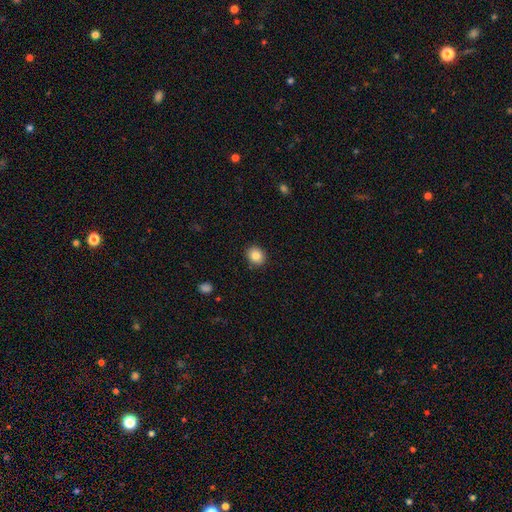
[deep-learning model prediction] Smooth or featured?
  - smooth: 85% *
  - star or artifact: 9%
  - featured or disk: 6%
How rounded?
  - round: 70% *
  - in between: 29%
  - cigar-shaped: 1%
Merging?
  - none: 90% *
  - minor disturbance: 7%
  - major disturbance: 2%
  - merger: 1%